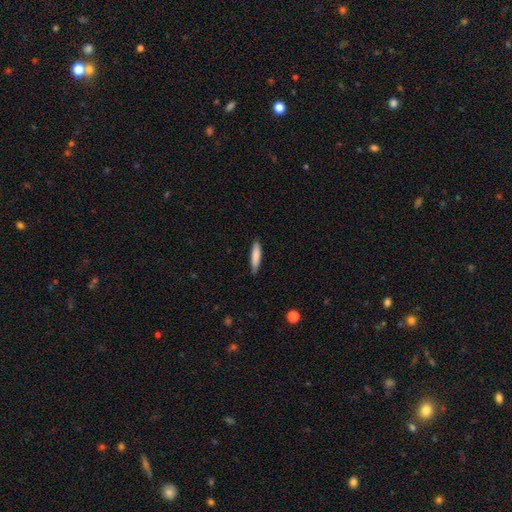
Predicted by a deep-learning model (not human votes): Smooth or featured? smooth (84%)
How rounded? cigar-shaped (81%)
Merging? none (84%)